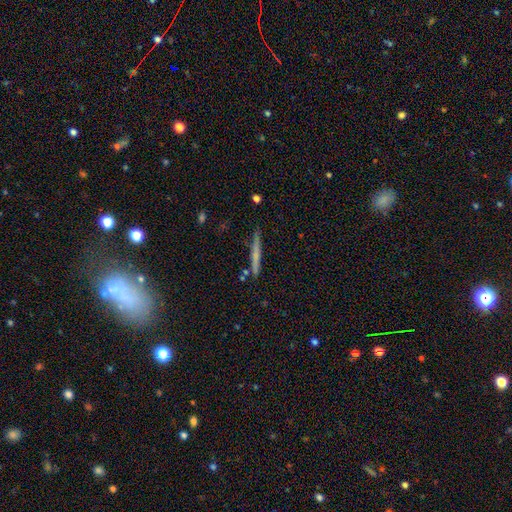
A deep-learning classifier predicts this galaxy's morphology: smooth_or_featured: featured or disk (p=0.52) [alt: smooth p=0.39]
disk_edge_on: yes (p=0.96) [alt: no p=0.04]
merging: none (p=0.86) [alt: minor disturbance p=0.09]